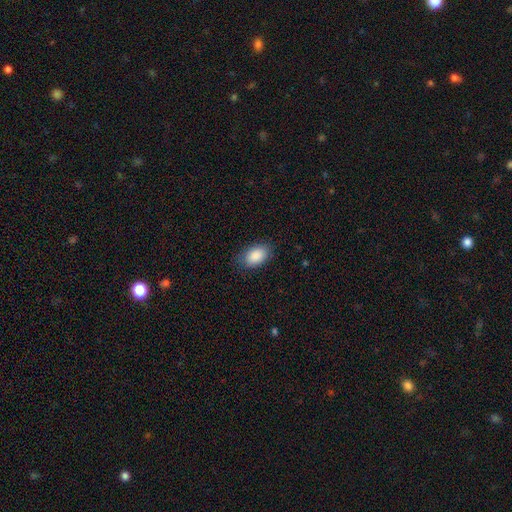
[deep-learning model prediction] Morphology: type=smooth (88%); roundness=in between (90%); merging=none (82%).